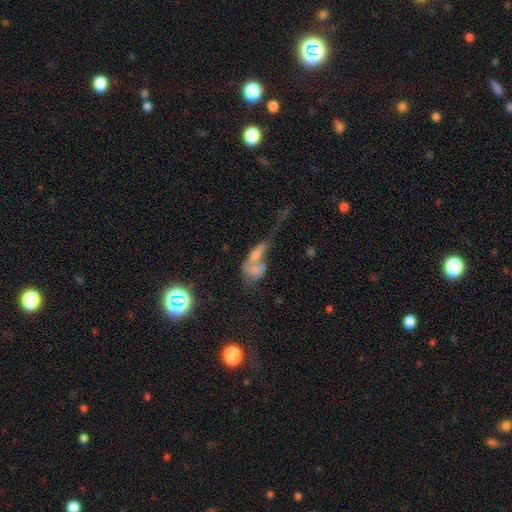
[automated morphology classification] smooth-or-featured: smooth: 45% | featured or disk: 35% | star or artifact: 21%
  merging: merger: 62% | none: 15% | major disturbance: 15% | minor disturbance: 8%